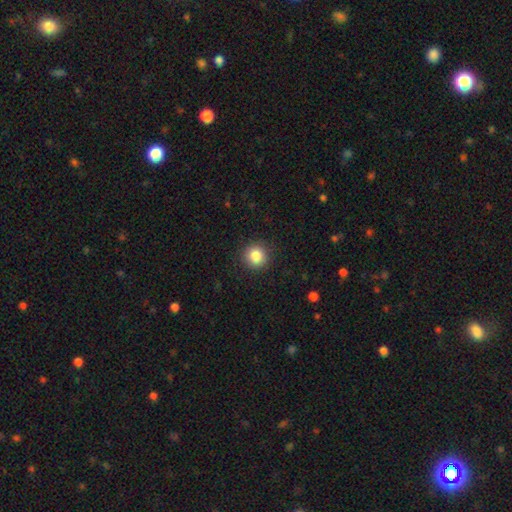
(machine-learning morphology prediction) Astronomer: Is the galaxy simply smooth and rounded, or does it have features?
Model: smooth — 85%.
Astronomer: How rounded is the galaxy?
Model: round — 92%.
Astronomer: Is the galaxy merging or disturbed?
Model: none — 90%.